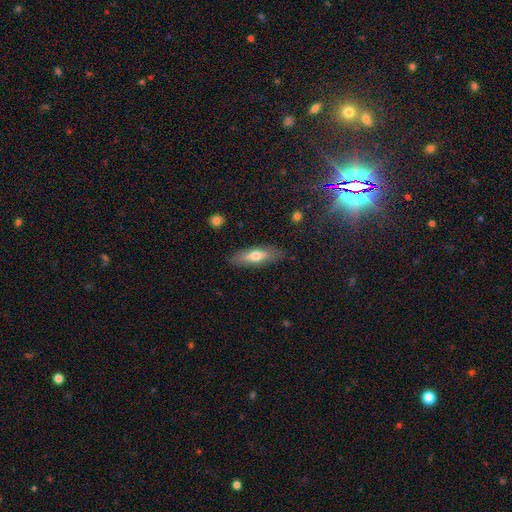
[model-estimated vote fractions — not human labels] Smooth or featured: smooth — 63% (featured or disk — 31%)
How rounded: in between — 52% (cigar-shaped — 46%)
Merging: none — 86% (minor disturbance — 10%)